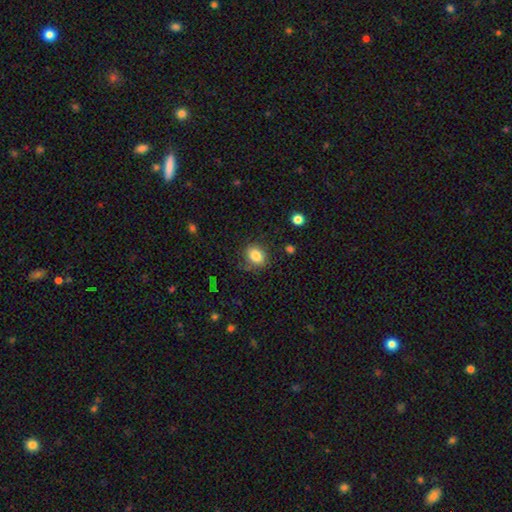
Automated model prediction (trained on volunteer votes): Morphology: type=smooth (83%); roundness=in between (50%); merging=none (80%).